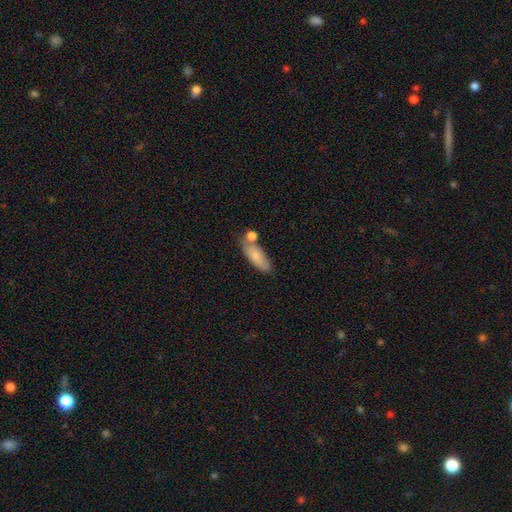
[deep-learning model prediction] Q: Smooth or featured?
A: smooth (76%); runner-up: featured or disk (17%)
Q: How rounded?
A: in between (68%); runner-up: cigar-shaped (29%)
Q: Merging?
A: none (52%); runner-up: merger (23%)